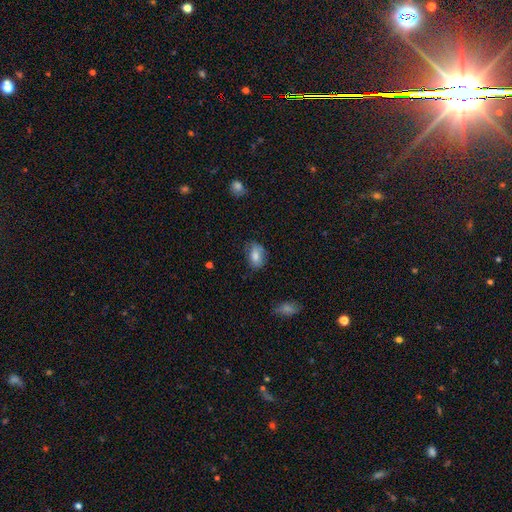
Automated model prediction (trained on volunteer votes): Smooth or featured?
  - smooth: 76% *
  - featured or disk: 15%
  - star or artifact: 8%
How rounded?
  - in between: 84% *
  - round: 15%
  - cigar-shaped: 2%
Merging?
  - none: 66% *
  - minor disturbance: 26%
  - major disturbance: 7%
  - merger: 2%